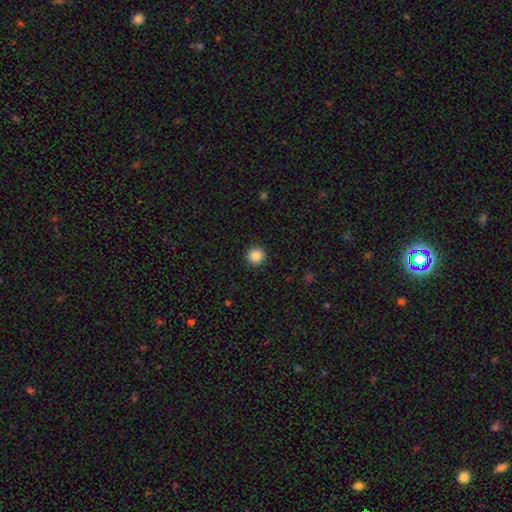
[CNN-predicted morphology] Q: Smooth or featured?
A: smooth (87%); runner-up: star or artifact (10%)
Q: How rounded?
A: round (96%); runner-up: in between (4%)
Q: Merging?
A: none (93%); runner-up: minor disturbance (4%)